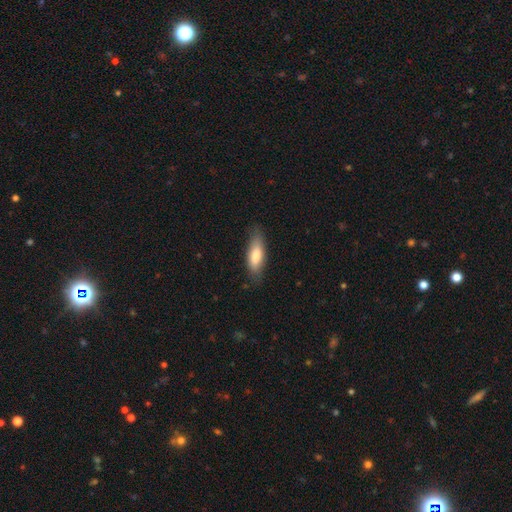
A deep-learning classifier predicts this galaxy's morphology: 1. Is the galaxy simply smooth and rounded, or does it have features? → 77% smooth, 17% featured or disk, 6% star or artifact.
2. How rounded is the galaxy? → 58% in between, 40% cigar-shaped, 2% round.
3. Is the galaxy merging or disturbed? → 77% none, 18% minor disturbance, 4% major disturbance, 1% merger.